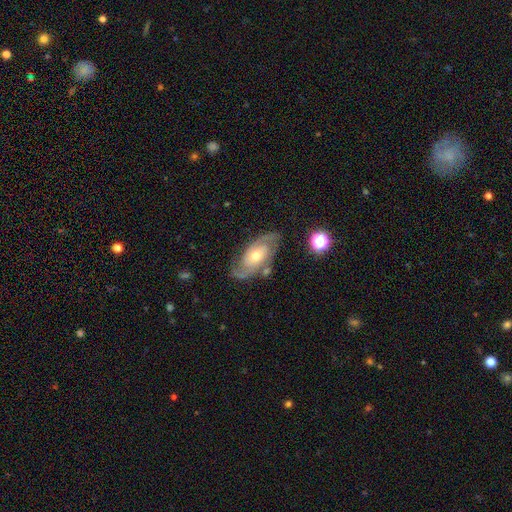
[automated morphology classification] This appears to be a featured or disk galaxy (86%) with no bar (65%), 2 (85%) tight (46%) spiral arms (96%) and a moderate central bulge (61%). Merging: none (78%).